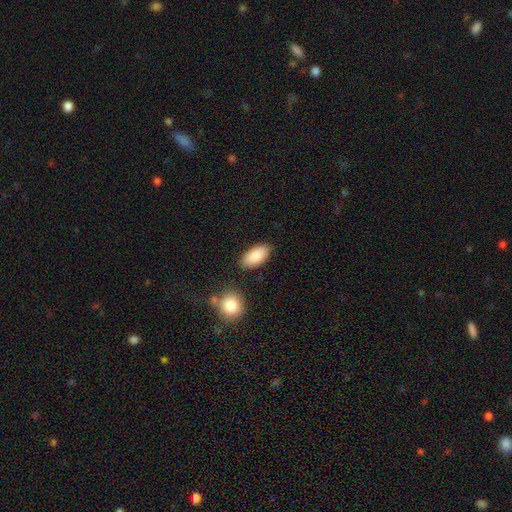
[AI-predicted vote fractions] Morphology: type=smooth (89%); roundness=in between (92%); merging=none (82%).